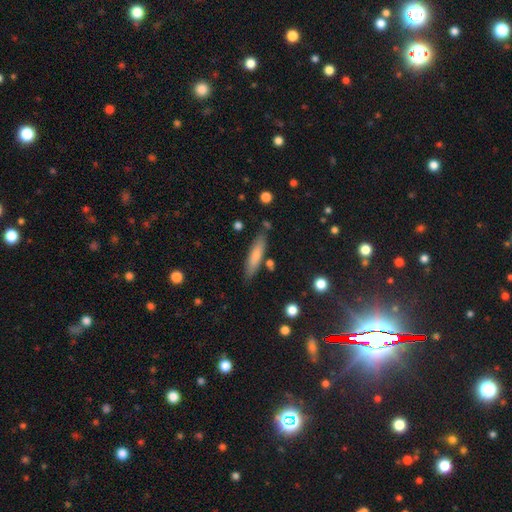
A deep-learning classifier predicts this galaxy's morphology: Smooth or featured: smooth — 74% (featured or disk — 20%)
How rounded: cigar-shaped — 78% (in between — 20%)
Merging: none — 81% (minor disturbance — 12%)